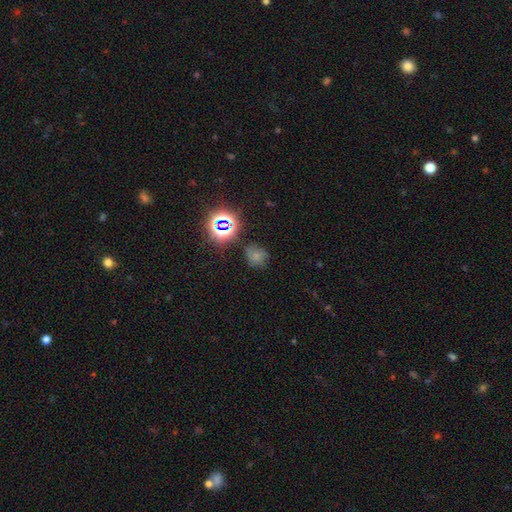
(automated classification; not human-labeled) A smooth galaxy with no disk features (57%) that is round (72%).

Vote fractions:
- Smooth or featured? smooth: 57% / star or artifact: 31% / featured or disk: 12%
- How rounded? round: 72% / in between: 27% / cigar-shaped: 1%
- Merging? none: 65% / minor disturbance: 22% / major disturbance: 8% / merger: 5%